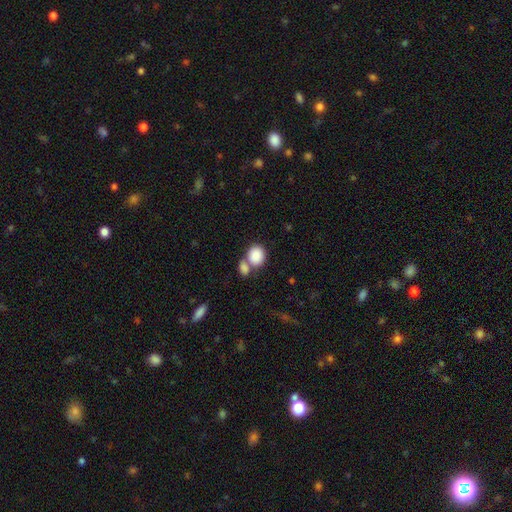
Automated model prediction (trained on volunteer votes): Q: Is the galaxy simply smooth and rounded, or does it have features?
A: smooth — 87%.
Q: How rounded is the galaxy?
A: round — 60%.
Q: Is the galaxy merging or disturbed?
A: merger — 47%.